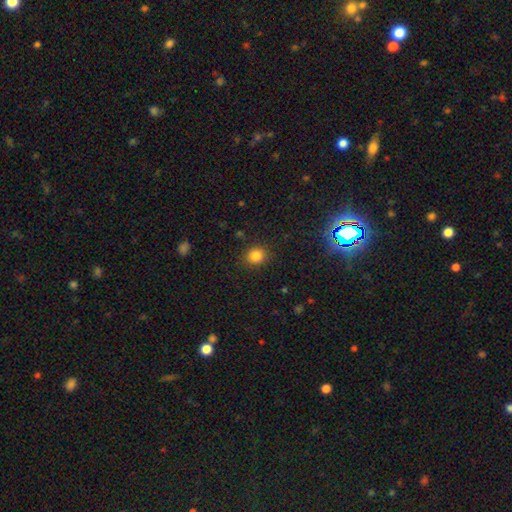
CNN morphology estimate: Smooth or featured? smooth (83%)
How rounded? round (82%)
Merging? none (87%)